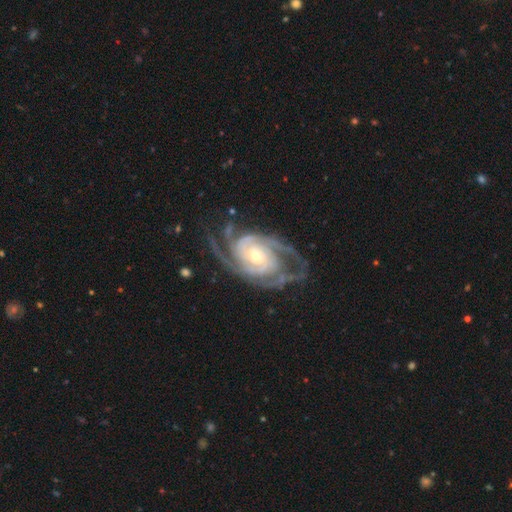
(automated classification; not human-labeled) featured or disk 92%, star or artifact 4%, smooth 3%. Down the decision tree: edge-on disk — no (97%); bar — no (62%); spiral arms — yes (98%); spiral arm count — 3 (30%); spiral winding — tight (58%); bulge size — small (56%); merging — none (68%).